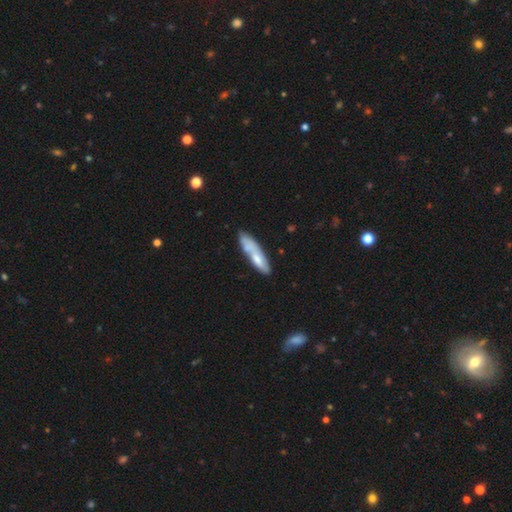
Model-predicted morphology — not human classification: This is likely a smooth galaxy (63%). How rounded: likely cigar-shaped (74%). Merging: possibly none (54%).